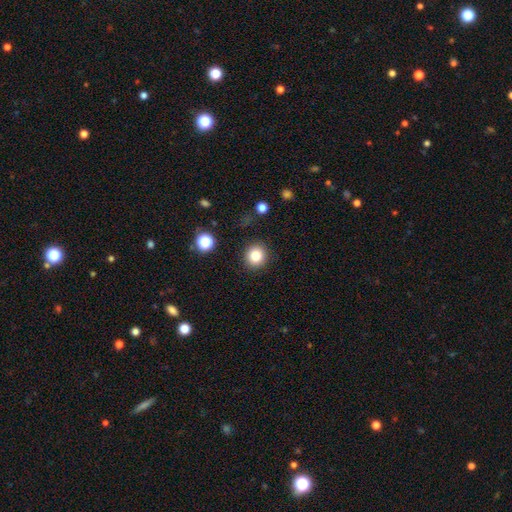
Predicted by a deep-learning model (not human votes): A smooth galaxy with no disk features (82%) that is round (88%).

Vote fractions:
- Smooth or featured? smooth: 82% / star or artifact: 11% / featured or disk: 7%
- How rounded? round: 88% / in between: 11% / cigar-shaped: 1%
- Merging? none: 89% / minor disturbance: 7% / major disturbance: 3% / merger: 1%